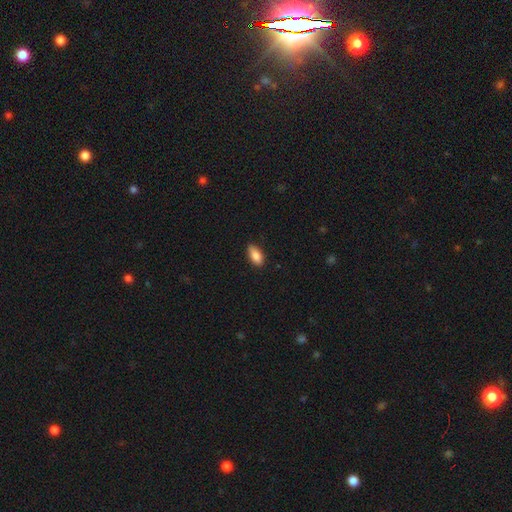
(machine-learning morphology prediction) The model was most divided on "merging": none: 83%, minor disturbance: 14%, major disturbance: 2%, merger: 1%. More confident: how rounded — in between (87%); smooth or featured — smooth (85%).